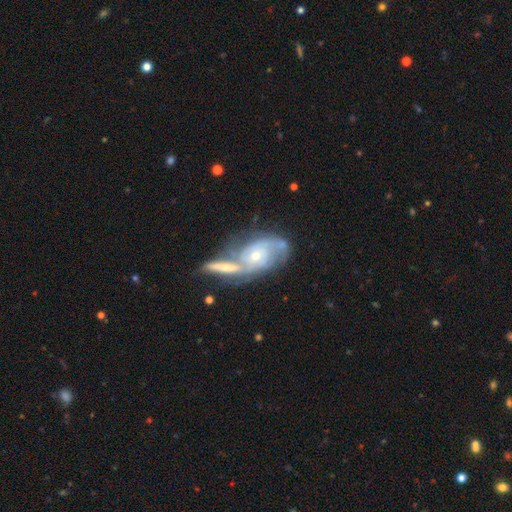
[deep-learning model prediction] Smooth or featured?
  - featured or disk: 84% *
  - smooth: 10%
  - star or artifact: 6%
Edge-on disk?
  - no: 95% *
  - yes: 5%
Bar?
  - no: 65% *
  - weak: 27%
  - strong: 8%
Spiral arms?
  - yes: 94% *
  - no: 6%
Spiral winding?
  - medium: 46% *
  - tight: 37%
  - loose: 18%
Spiral arm count?
  - 2: 65% *
  - can't tell: 16%
  - 3: 10%
  - 1: 3%
  - 4: 3%
  - more than 4: 2%
Bulge size?
  - small: 59% *
  - moderate: 36%
  - large: 2%
  - none: 2%
  - dominant: 1%
Merging?
  - merger: 47% *
  - none: 32%
  - minor disturbance: 13%
  - major disturbance: 9%